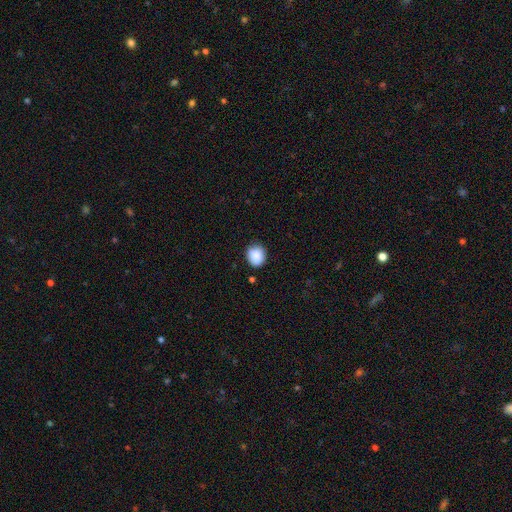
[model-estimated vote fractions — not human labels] Overall: smooth (88%). How rounded: round (72%). Merging: none (79%).